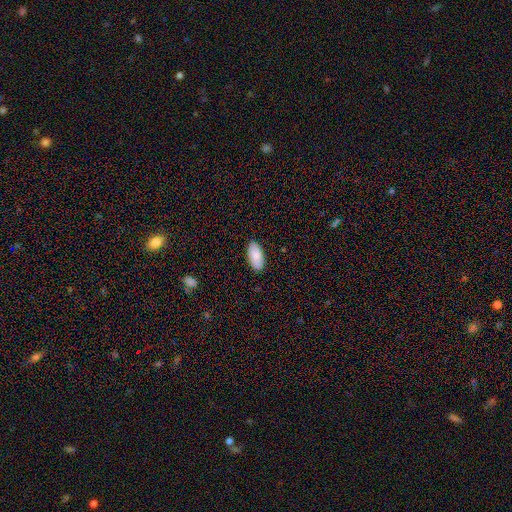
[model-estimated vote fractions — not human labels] A smooth galaxy with no disk features (82%) that is in between round and cigar-shaped (95%). Merging: none (87%).